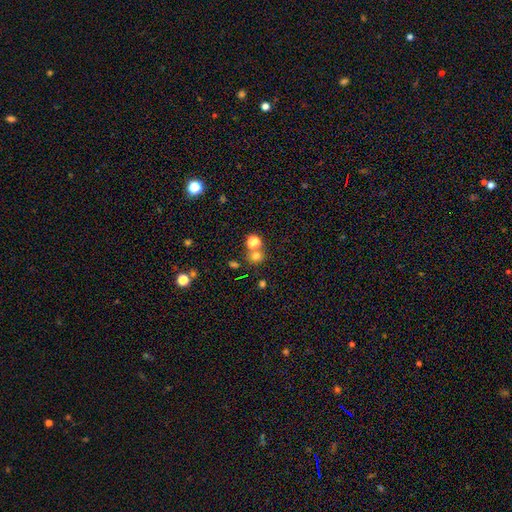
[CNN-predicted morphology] smooth_or_featured: smooth (p=0.72) [alt: star or artifact p=0.20]
how_rounded: round (p=0.86) [alt: in between p=0.13]
merging: none (p=0.64) [alt: merger p=0.25]